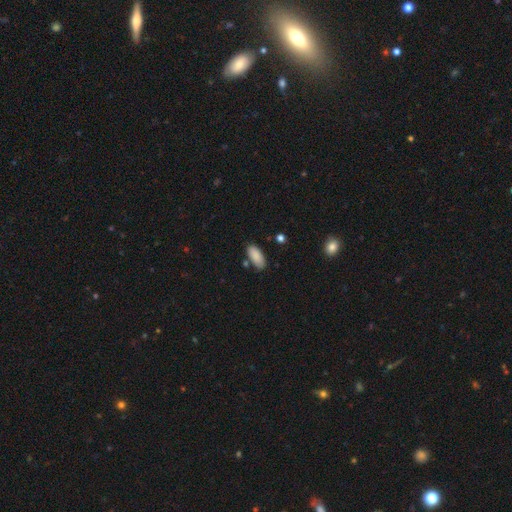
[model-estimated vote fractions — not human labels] The model was most divided on "merging": none: 79%, minor disturbance: 13%, merger: 5%, major disturbance: 3%. More confident: how rounded — in between (89%); smooth or featured — smooth (88%).